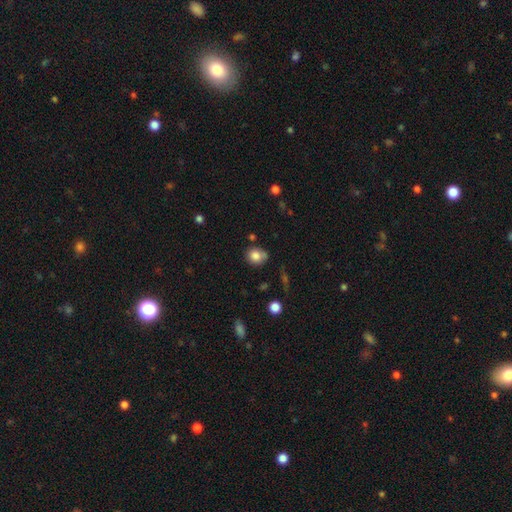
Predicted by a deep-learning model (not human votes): Smooth or featured?
  - smooth: 82% *
  - star or artifact: 10%
  - featured or disk: 8%
How rounded?
  - round: 73% *
  - in between: 26%
  - cigar-shaped: 1%
Merging?
  - none: 69% *
  - minor disturbance: 21%
  - merger: 5%
  - major disturbance: 5%